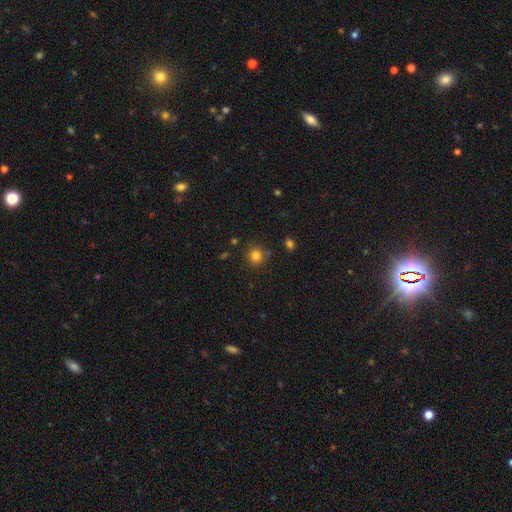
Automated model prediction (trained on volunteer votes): Smooth or featured?
  - smooth: 81% *
  - star or artifact: 14%
  - featured or disk: 5%
How rounded?
  - round: 92% *
  - in between: 7%
  - cigar-shaped: 1%
Merging?
  - none: 83% *
  - minor disturbance: 9%
  - merger: 5%
  - major disturbance: 3%